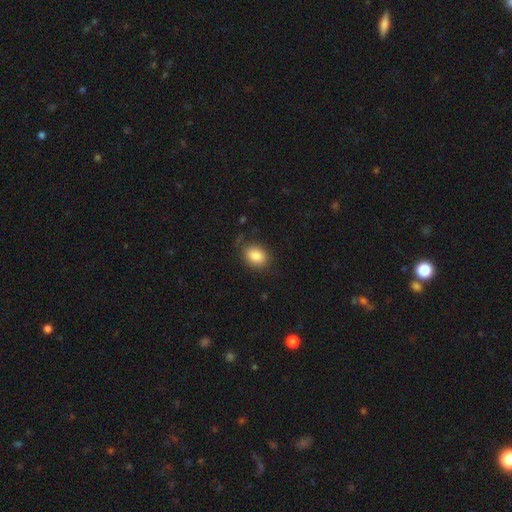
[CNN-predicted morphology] This is clearly a smooth galaxy (86%). How rounded: likely in between (65%). Merging: likely none (79%).